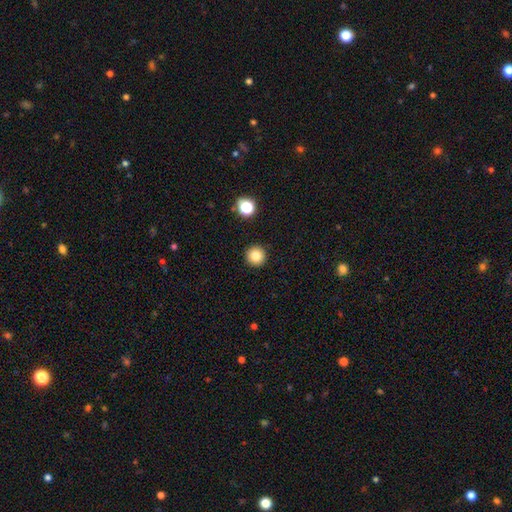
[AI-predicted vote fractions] Smooth or featured? Predicted: smooth (p=0.82). How rounded? Predicted: round (p=0.96). Merging? Predicted: none (p=0.93).